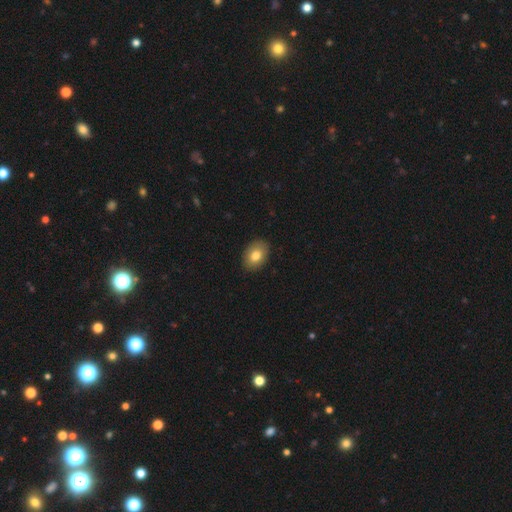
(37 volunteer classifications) This appears to be a smooth galaxy with no disk features (81%) that is in between round and cigar-shaped (90%). Merging: none (94%).